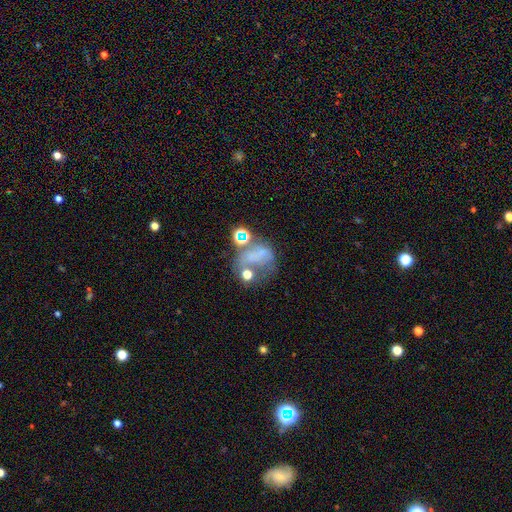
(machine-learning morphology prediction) smooth_or_featured: featured or disk (p=0.37) [tied with: smooth p=0.37]
merging: major disturbance (p=0.35) [alt: none p=0.26]